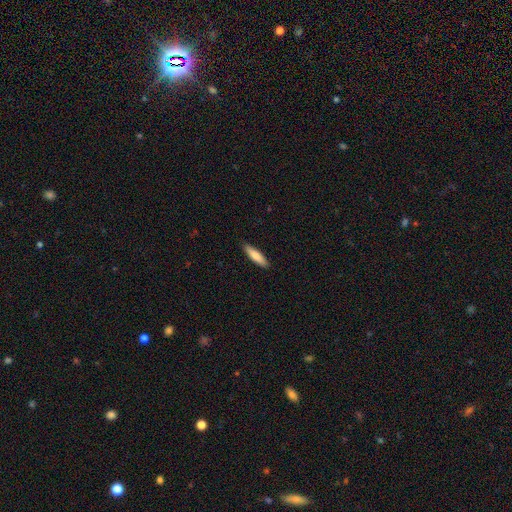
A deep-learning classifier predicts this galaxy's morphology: This appears to be a smooth galaxy with no disk features (79%) that is cigar-shaped (72%). Merging: none (89%).